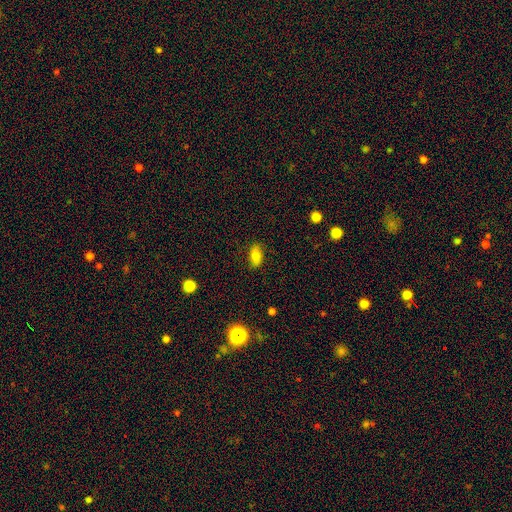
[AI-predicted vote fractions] Q: Smooth or featured?
A: smooth (77%); runner-up: featured or disk (13%)
Q: How rounded?
A: in between (90%); runner-up: round (6%)
Q: Merging?
A: none (83%); runner-up: minor disturbance (13%)